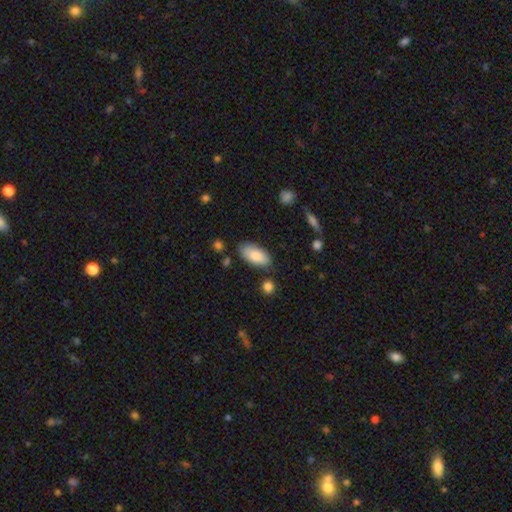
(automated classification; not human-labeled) Q: Smooth or featured?
A: smooth (82%); runner-up: featured or disk (12%)
Q: How rounded?
A: in between (92%); runner-up: cigar-shaped (6%)
Q: Merging?
A: none (77%); runner-up: minor disturbance (16%)